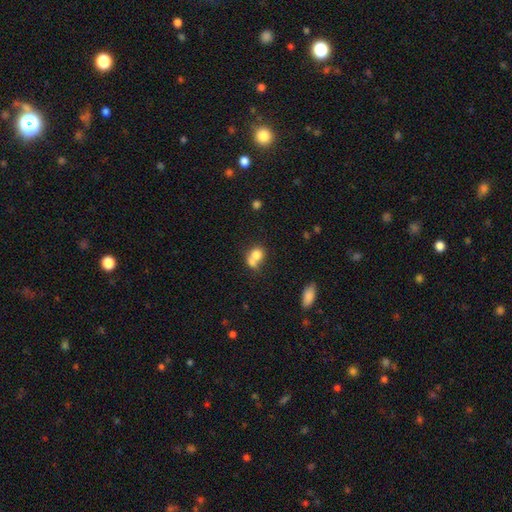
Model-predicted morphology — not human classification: Q: Smooth or featured?
A: smooth (74%); runner-up: featured or disk (16%)
Q: How rounded?
A: round (64%); runner-up: in between (35%)
Q: Merging?
A: merger (62%); runner-up: none (26%)